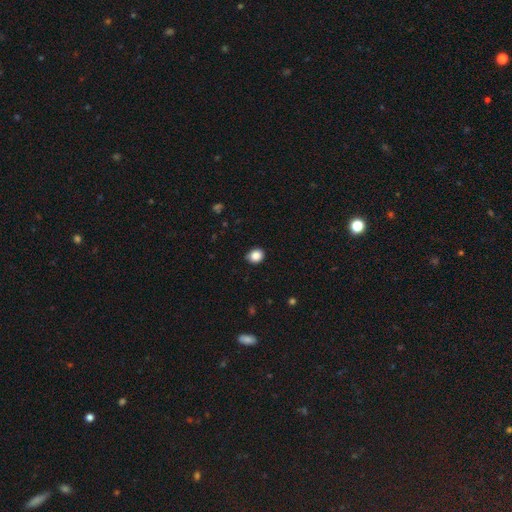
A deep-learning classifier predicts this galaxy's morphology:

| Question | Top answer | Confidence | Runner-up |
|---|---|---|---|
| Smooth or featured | smooth | 87% | star or artifact (9%) |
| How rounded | round | 71% | in between (28%) |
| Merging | none | 86% | minor disturbance (11%) |